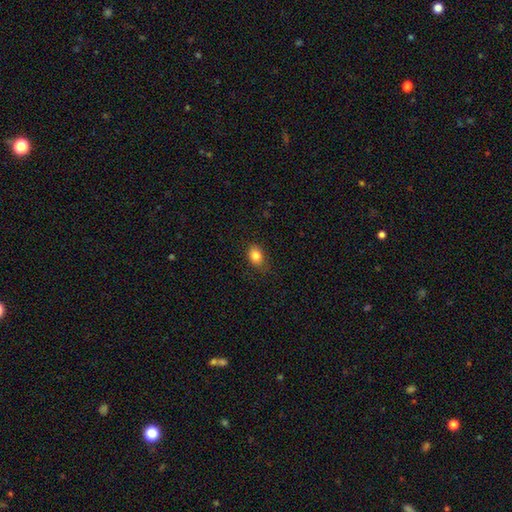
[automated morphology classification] A smooth galaxy with no disk features (84%) that is in between round and cigar-shaped (71%). Merging: none (82%).